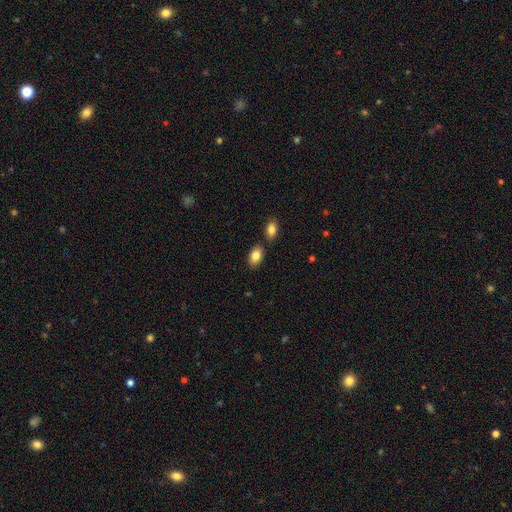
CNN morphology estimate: Smooth or featured?
  - smooth: 84% *
  - featured or disk: 9%
  - star or artifact: 8%
How rounded?
  - in between: 90% *
  - round: 9%
  - cigar-shaped: 1%
Merging?
  - none: 76% *
  - merger: 11%
  - minor disturbance: 11%
  - major disturbance: 2%